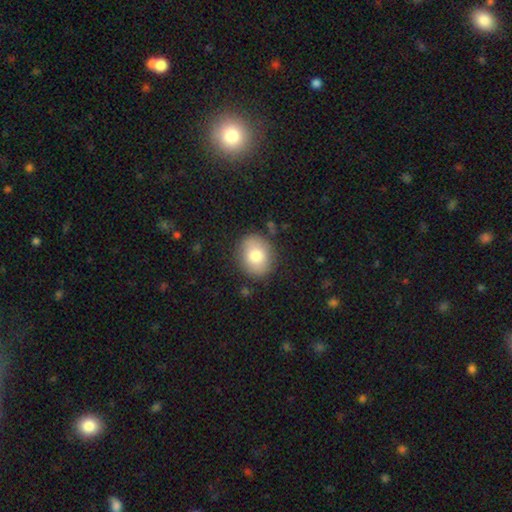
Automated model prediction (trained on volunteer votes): Q: Smooth or featured?
A: smooth (79%); runner-up: featured or disk (13%)
Q: How rounded?
A: round (56%); runner-up: in between (43%)
Q: Merging?
A: none (84%); runner-up: minor disturbance (11%)